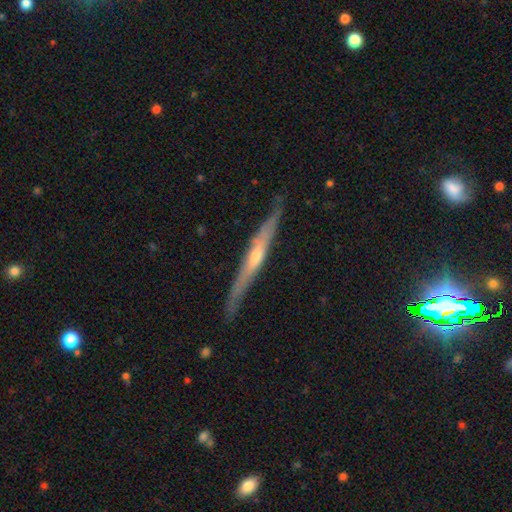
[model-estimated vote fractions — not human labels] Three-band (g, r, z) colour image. It shows a featured or disk galaxy (67%) viewed edge-on (93%) with a rounded central bulge (58%). Merging: none (79%).